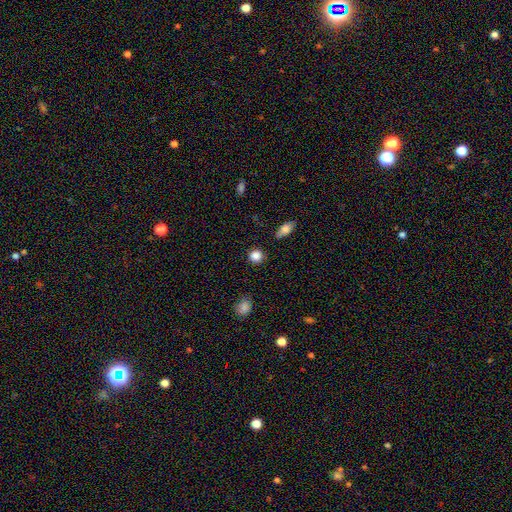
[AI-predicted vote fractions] This appears to be a smooth galaxy with no disk features (86%) that is round (89%). Merging: none (88%).